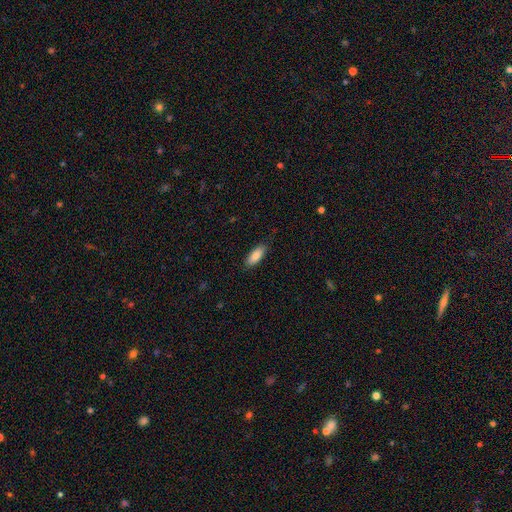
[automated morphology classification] A smooth galaxy with no disk features (85%) that is in between round and cigar-shaped (75%). Merging: none (86%).